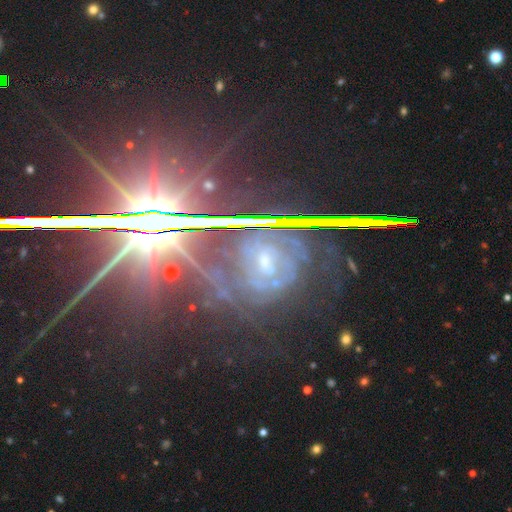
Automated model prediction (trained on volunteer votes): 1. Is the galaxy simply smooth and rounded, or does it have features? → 55% star or artifact, 36% featured or disk, 9% smooth.